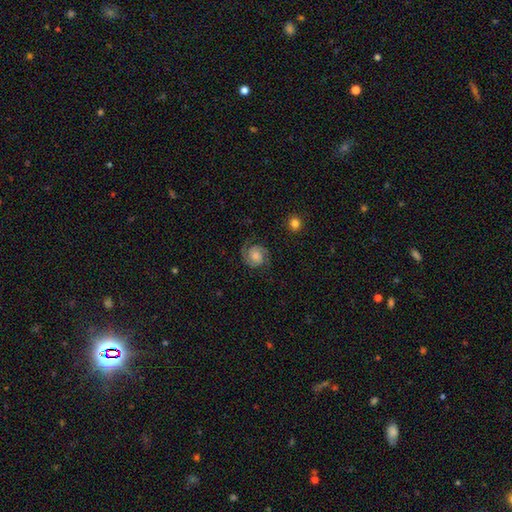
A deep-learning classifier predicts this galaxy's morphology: A featured or disk galaxy (80%) with no bar (66%), 2 (91%) tight (48%) spiral arms (98%) and a moderate central bulge (34%). Merging: none (79%).